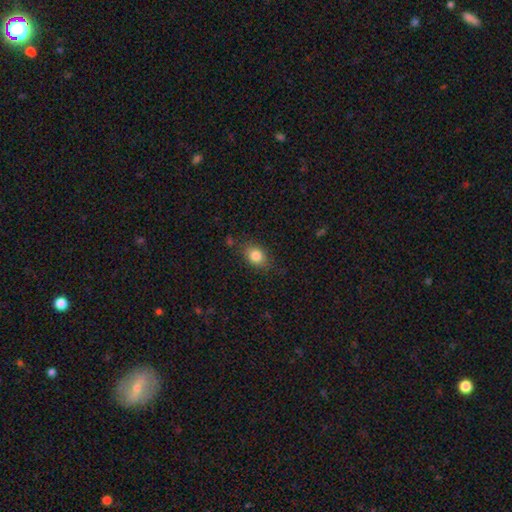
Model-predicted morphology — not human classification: Smooth or featured? Predicted: smooth (p=0.83). How rounded? Predicted: in between (p=0.69). Merging? Predicted: none (p=0.79).